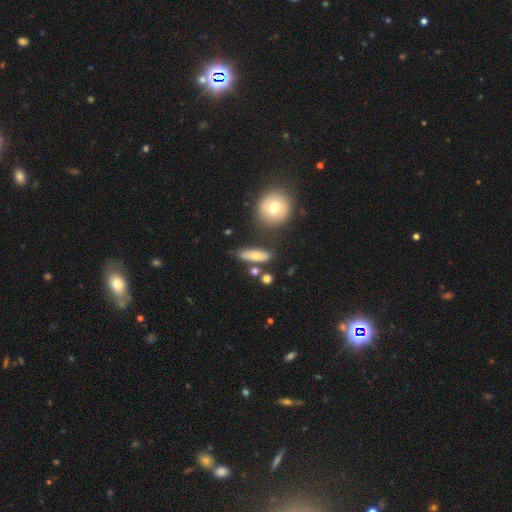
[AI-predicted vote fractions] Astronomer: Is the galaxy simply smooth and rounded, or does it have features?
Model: smooth — 65%.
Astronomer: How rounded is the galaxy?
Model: in between — 53% (runner-up: cigar-shaped, 39%).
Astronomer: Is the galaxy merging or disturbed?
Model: none — 69%.